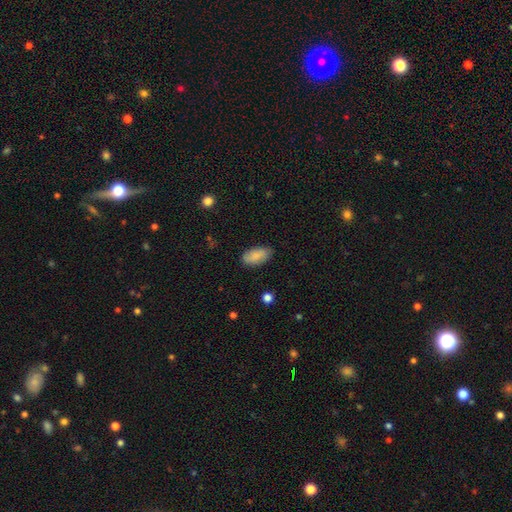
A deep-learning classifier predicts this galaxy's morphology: This appears to be a smooth galaxy with no disk features (86%) that is in between round and cigar-shaped (93%). Merging: none (82%).